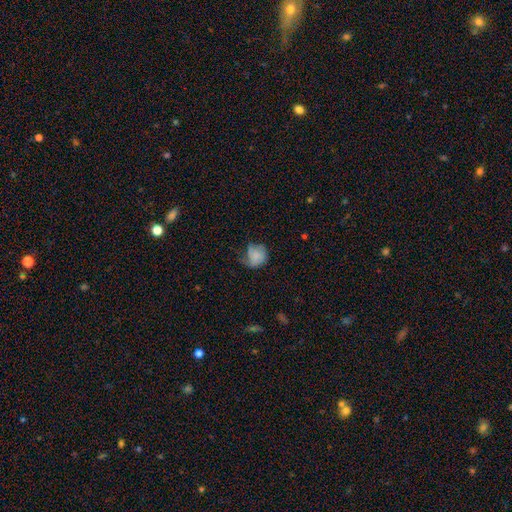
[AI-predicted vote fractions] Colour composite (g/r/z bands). It shows a smooth galaxy with no disk features (64%) that is round (72%). Merging: none (41%).